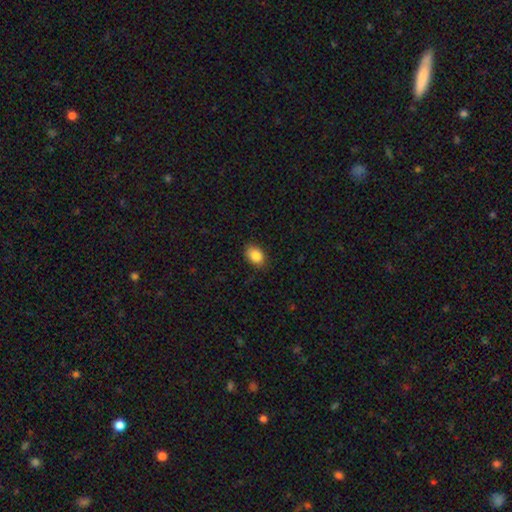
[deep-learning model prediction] Q: Smooth or featured?
A: smooth (86%); runner-up: star or artifact (8%)
Q: How rounded?
A: in between (80%); runner-up: round (19%)
Q: Merging?
A: none (84%); runner-up: minor disturbance (13%)